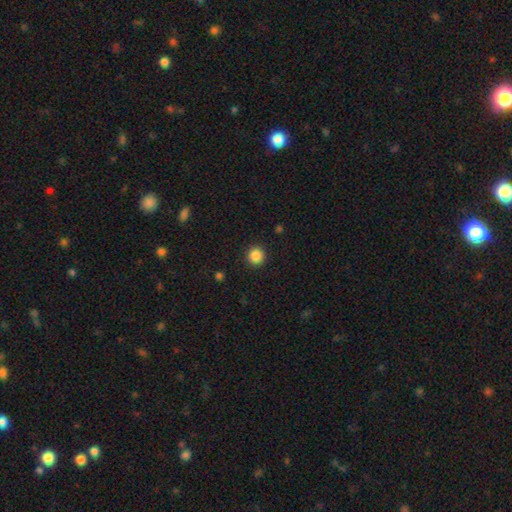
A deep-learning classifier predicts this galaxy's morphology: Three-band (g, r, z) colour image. It shows a smooth galaxy with no disk features (87%) that is round (94%). Merging: none (92%).